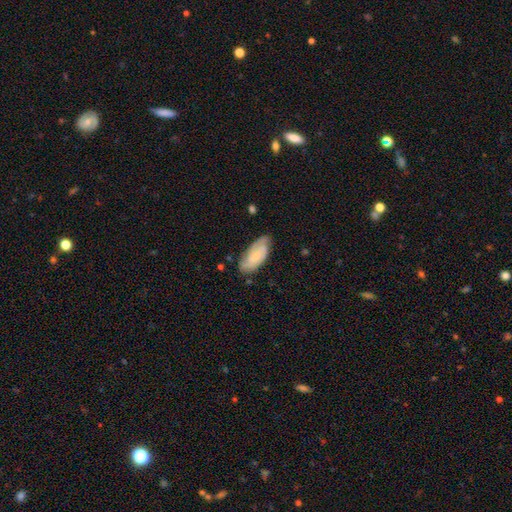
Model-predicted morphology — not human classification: Overall: smooth (58%; featured or disk 34%). How rounded: in between (86%). Merging: none (66%).